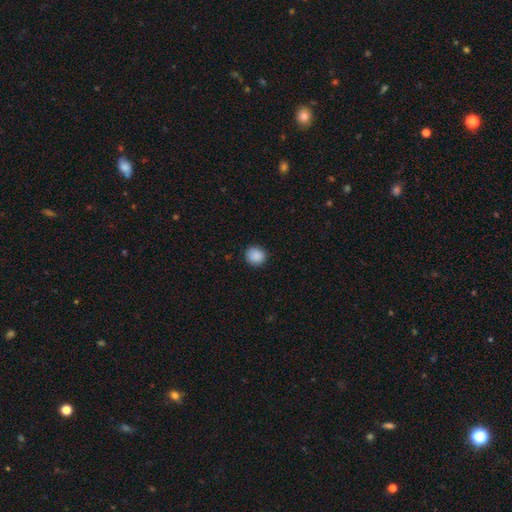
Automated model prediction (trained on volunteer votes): smooth-or-featured: smooth: 89% | star or artifact: 9% | featured or disk: 2%
  how-rounded: round: 83% | in between: 16% | cigar-shaped: 1%
  merging: none: 89% | minor disturbance: 8% | major disturbance: 2% | merger: 1%